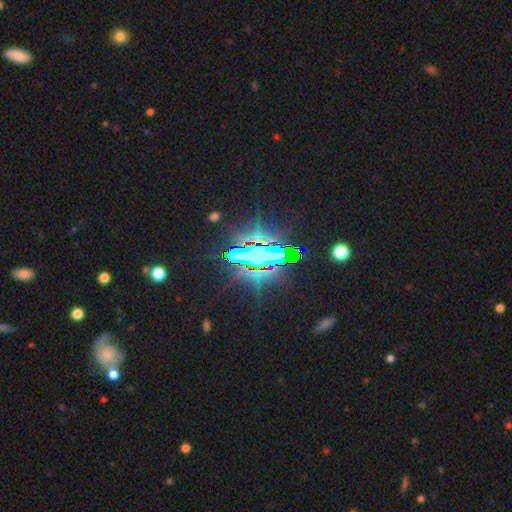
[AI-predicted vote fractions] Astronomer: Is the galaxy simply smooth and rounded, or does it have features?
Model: star or artifact — 75%.